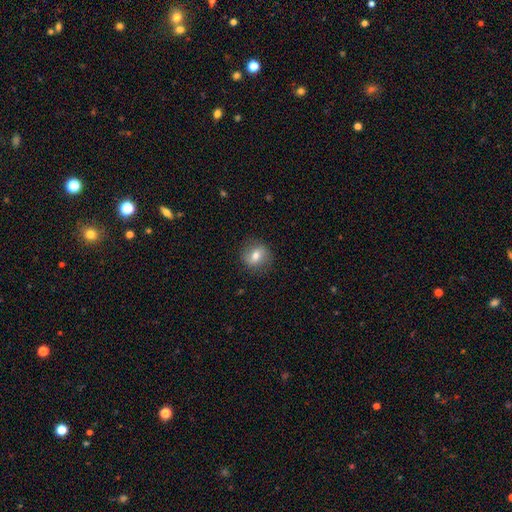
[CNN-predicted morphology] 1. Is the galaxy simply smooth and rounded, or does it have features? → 64% smooth, 27% featured or disk, 9% star or artifact.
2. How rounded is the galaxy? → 73% round, 26% in between, 1% cigar-shaped.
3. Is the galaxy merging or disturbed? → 84% none, 12% minor disturbance, 4% major disturbance, 1% merger.